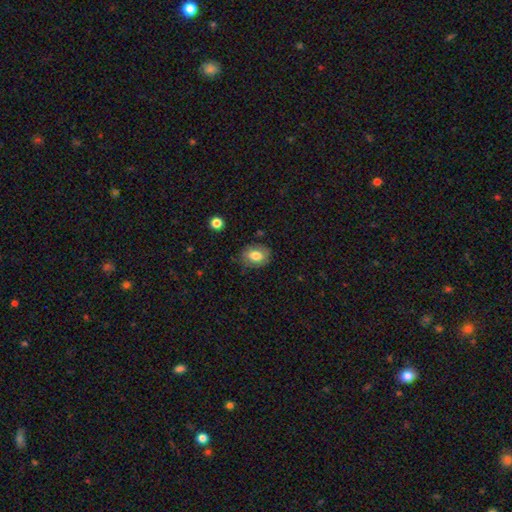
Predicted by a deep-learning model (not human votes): Smooth or featured?
  - smooth: 73% *
  - featured or disk: 19%
  - star or artifact: 8%
How rounded?
  - in between: 67% *
  - round: 32%
  - cigar-shaped: 1%
Merging?
  - none: 79% *
  - minor disturbance: 16%
  - major disturbance: 4%
  - merger: 1%